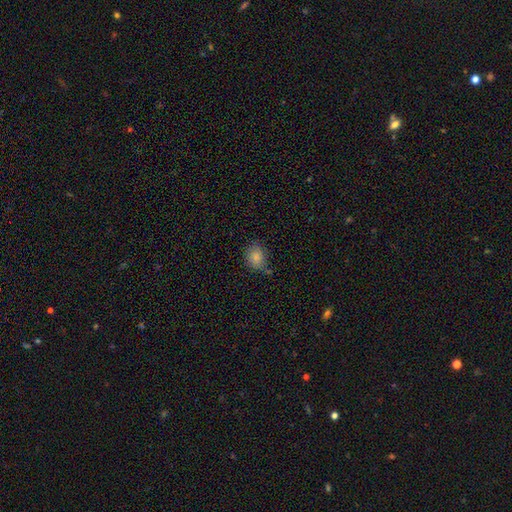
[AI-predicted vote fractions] Smooth or featured? Predicted: smooth (p=0.80). How rounded? Predicted: round (p=0.54). Merging? Predicted: none (p=0.70).